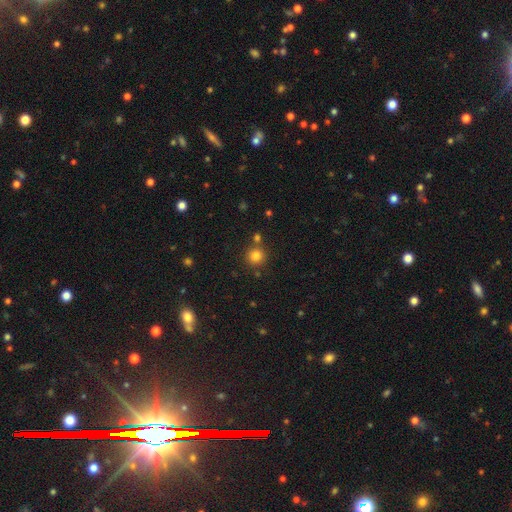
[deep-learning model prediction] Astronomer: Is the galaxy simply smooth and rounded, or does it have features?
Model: smooth — 81%.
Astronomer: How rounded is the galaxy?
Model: round — 93%.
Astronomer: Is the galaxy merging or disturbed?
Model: none — 78%.